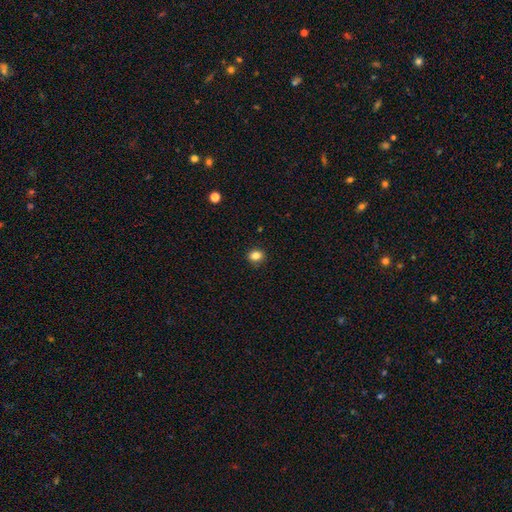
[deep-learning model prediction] Smooth or featured? Predicted: smooth (p=0.84). How rounded? Predicted: round (p=0.63). Merging? Predicted: none (p=0.89).